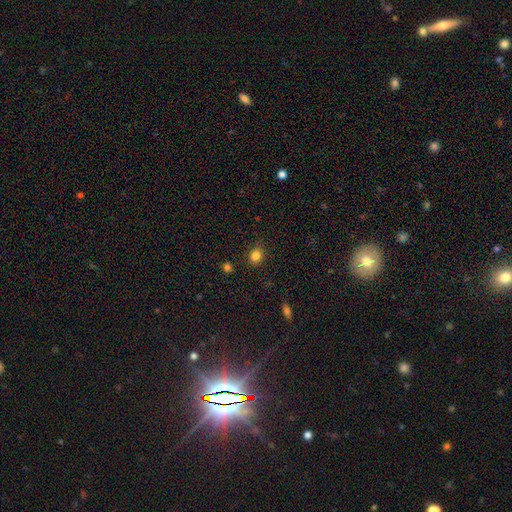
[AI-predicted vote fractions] Q: Smooth or featured?
A: smooth (83%); runner-up: star or artifact (12%)
Q: How rounded?
A: round (65%); runner-up: in between (34%)
Q: Merging?
A: none (84%); runner-up: minor disturbance (11%)